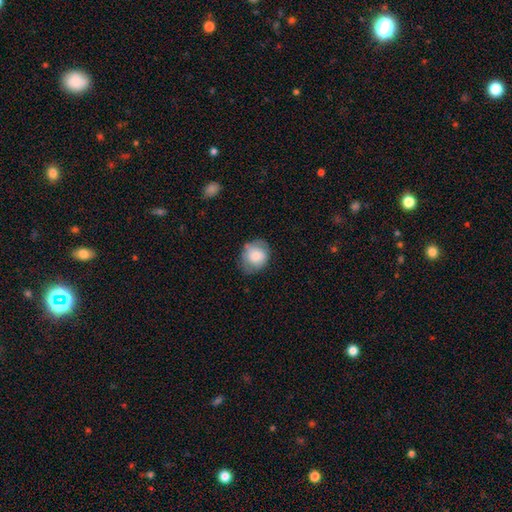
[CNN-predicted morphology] smooth 77%, featured or disk 16%, star or artifact 7%. Down the decision tree: how rounded — round (61%); merging — none (63%).